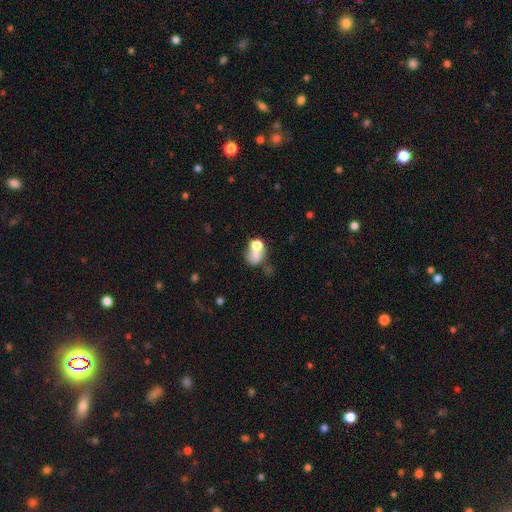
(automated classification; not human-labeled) Smooth or featured?
  - smooth: 68% *
  - featured or disk: 19%
  - star or artifact: 13%
How rounded?
  - in between: 52% *
  - round: 46%
  - cigar-shaped: 1%
Merging?
  - merger: 51% *
  - none: 25%
  - major disturbance: 12%
  - minor disturbance: 12%